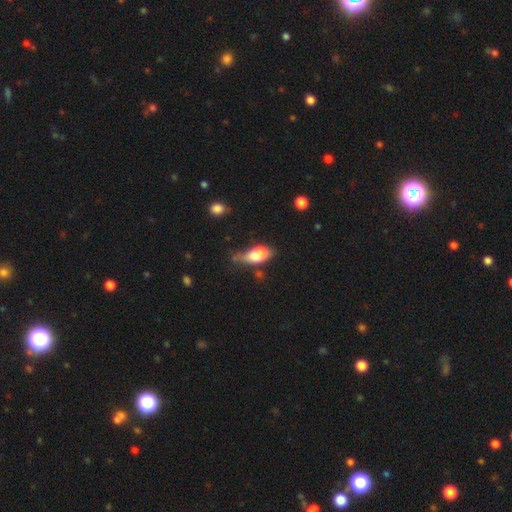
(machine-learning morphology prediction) Smooth or featured? smooth (63%)
How rounded? in between (72%)
Merging? merger (43%)